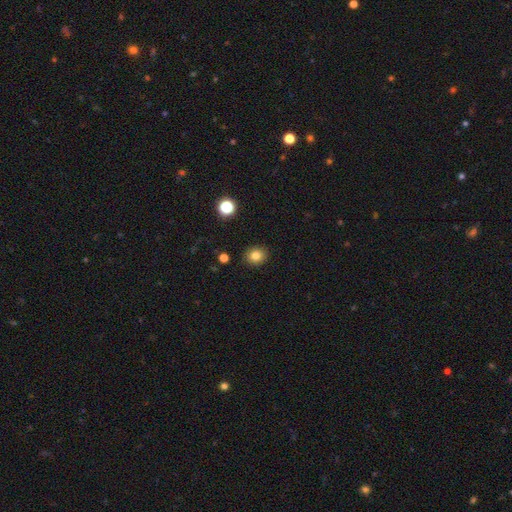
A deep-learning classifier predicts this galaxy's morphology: Q: Smooth or featured?
A: smooth (81%); runner-up: star or artifact (12%)
Q: How rounded?
A: round (73%); runner-up: in between (26%)
Q: Merging?
A: none (90%); runner-up: minor disturbance (7%)